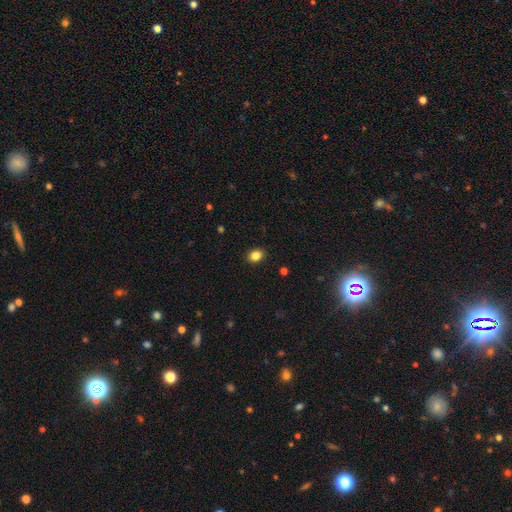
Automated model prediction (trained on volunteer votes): Q: Smooth or featured?
A: smooth (85%); runner-up: star or artifact (10%)
Q: How rounded?
A: in between (60%); runner-up: round (39%)
Q: Merging?
A: none (90%); runner-up: minor disturbance (7%)